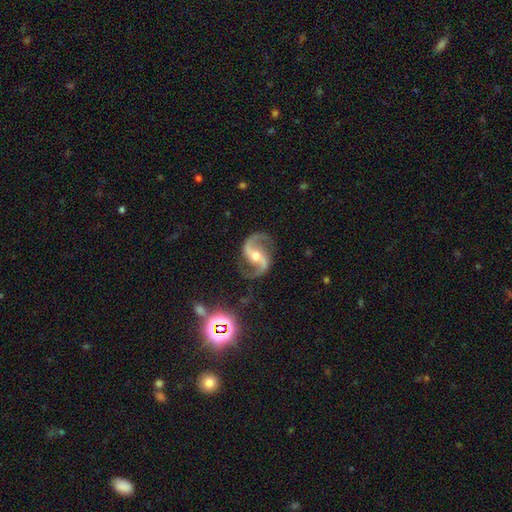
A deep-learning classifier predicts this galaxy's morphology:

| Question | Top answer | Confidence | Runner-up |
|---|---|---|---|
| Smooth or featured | featured or disk | 92% | star or artifact (6%) |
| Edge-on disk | no | 98% | yes (2%) |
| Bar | weak | 38% | no (32%) |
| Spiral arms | yes | 98% | no (2%) |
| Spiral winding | medium | 46% | tied: loose (46%) |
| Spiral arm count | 2 | 94% | can't tell (1%) |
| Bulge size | moderate | 61% | small (32%) |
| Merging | none | 81% | minor disturbance (12%) |